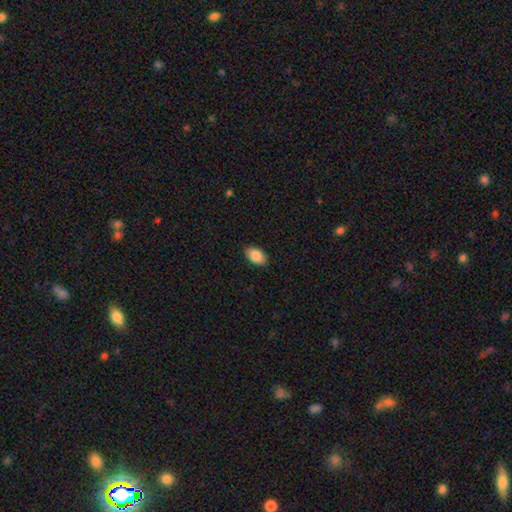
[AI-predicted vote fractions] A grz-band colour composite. It shows a smooth galaxy with no disk features (87%) that is in between round and cigar-shaped (93%). Merging: none (89%).